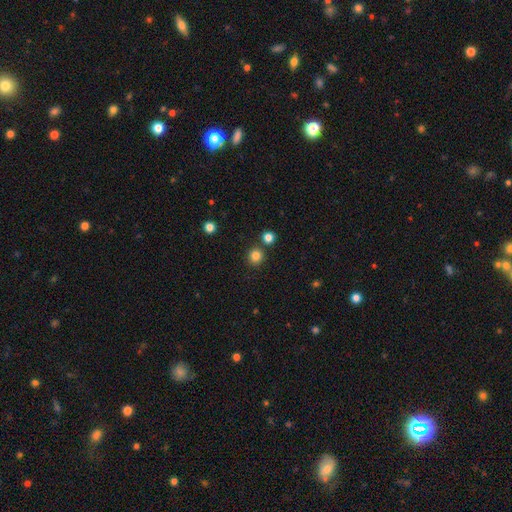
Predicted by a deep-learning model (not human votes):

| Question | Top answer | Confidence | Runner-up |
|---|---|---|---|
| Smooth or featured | smooth | 82% | star or artifact (13%) |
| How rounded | round | 93% | in between (6%) |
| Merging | none | 84% | merger (8%) |